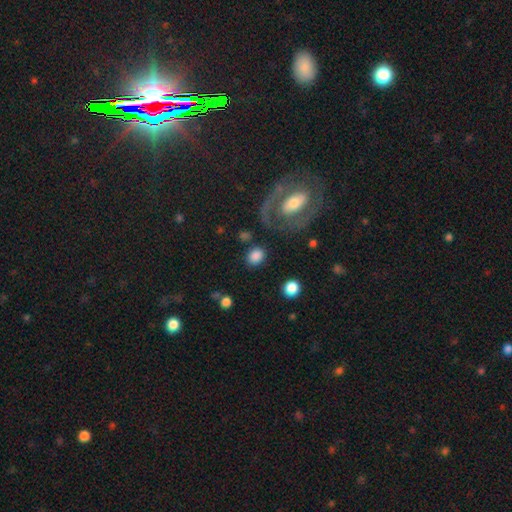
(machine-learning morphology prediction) type=smooth (82%); roundness=round (57%); merging=none (81%).